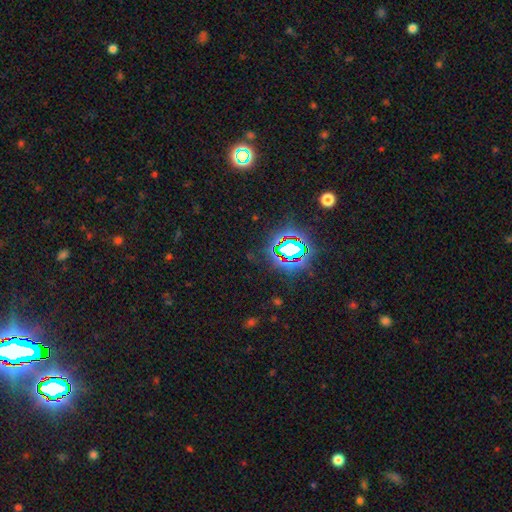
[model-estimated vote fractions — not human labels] Smooth or featured? star or artifact (78%)